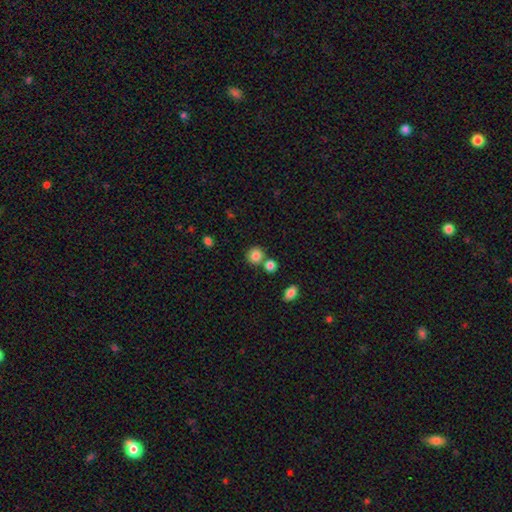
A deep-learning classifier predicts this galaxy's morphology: Q: Smooth or featured?
A: smooth (85%); runner-up: star or artifact (10%)
Q: How rounded?
A: round (87%); runner-up: in between (12%)
Q: Merging?
A: none (66%); runner-up: merger (23%)